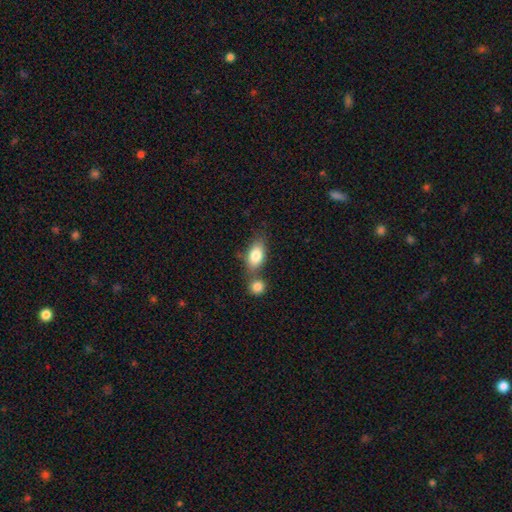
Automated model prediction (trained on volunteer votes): This appears to be a smooth galaxy with no disk features (82%) that is in between round and cigar-shaped (86%). Merging: none (48%).